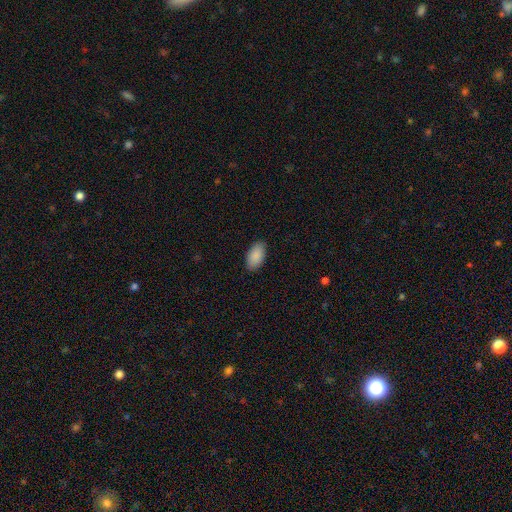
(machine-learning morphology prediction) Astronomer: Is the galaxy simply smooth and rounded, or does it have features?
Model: smooth — 90%.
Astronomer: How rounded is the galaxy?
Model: in between — 95%.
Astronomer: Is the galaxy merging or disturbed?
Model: none — 89%.